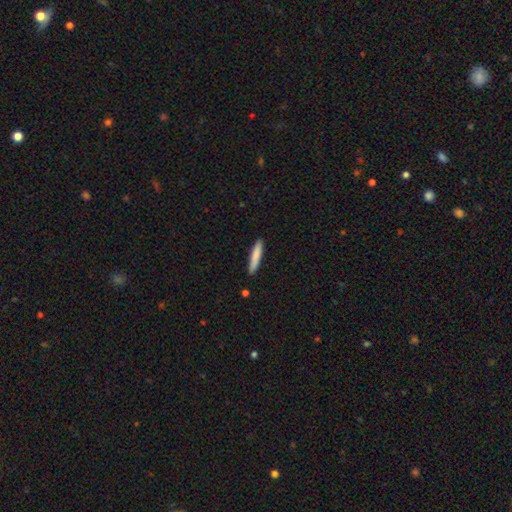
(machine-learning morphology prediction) smooth_or_featured: smooth (p=0.82) [alt: featured or disk p=0.12]
how_rounded: cigar-shaped (p=0.91) [alt: in between p=0.08]
merging: none (p=0.89) [alt: minor disturbance p=0.08]